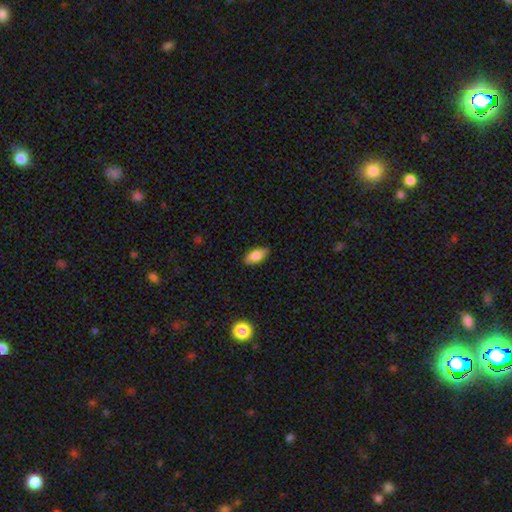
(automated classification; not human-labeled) Overall: smooth (83%). How rounded: in between (90%). Merging: none (87%).